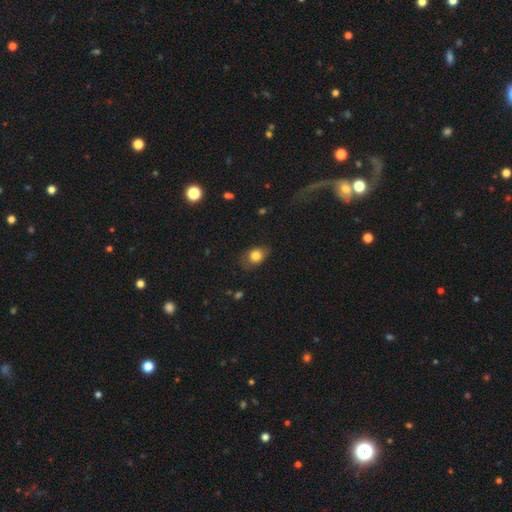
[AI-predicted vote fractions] The model was most divided on "how rounded": in between: 62%, round: 36%, cigar-shaped: 1%. More confident: smooth or featured — smooth (79%); merging — none (69%).